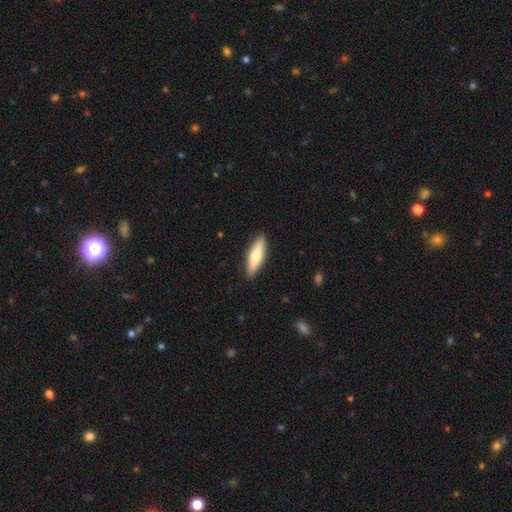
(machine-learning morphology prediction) The model was most divided on "how rounded": cigar-shaped: 64%, in between: 34%, round: 2%. More confident: merging — none (90%); smooth or featured — smooth (63%).